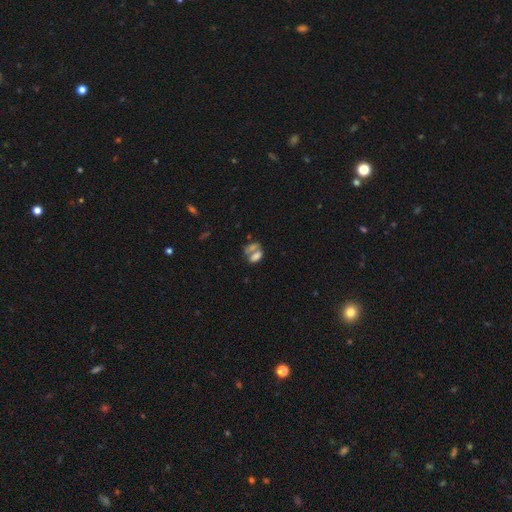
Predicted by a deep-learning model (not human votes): A smooth galaxy with no disk features (64%) that is in between round and cigar-shaped (82%).

Vote fractions:
- Smooth or featured? smooth: 64% / featured or disk: 22% / star or artifact: 13%
- How rounded? in between: 82% / round: 13% / cigar-shaped: 5%
- Merging? merger: 54% / none: 26% / minor disturbance: 10% / major disturbance: 10%